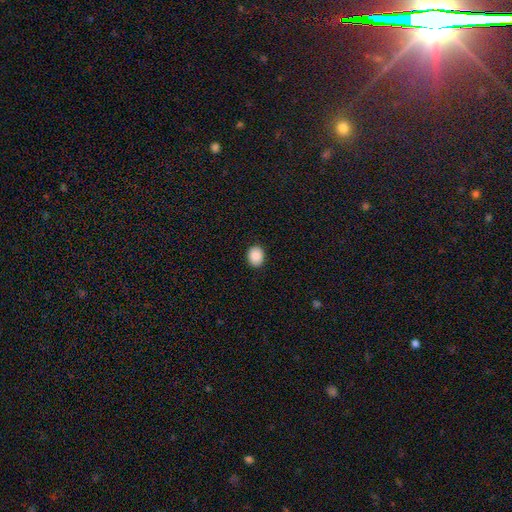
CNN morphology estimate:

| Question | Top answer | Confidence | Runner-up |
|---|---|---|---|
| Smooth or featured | smooth | 89% | star or artifact (8%) |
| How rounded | round | 51% | in between (48%) |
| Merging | none | 91% | minor disturbance (6%) |